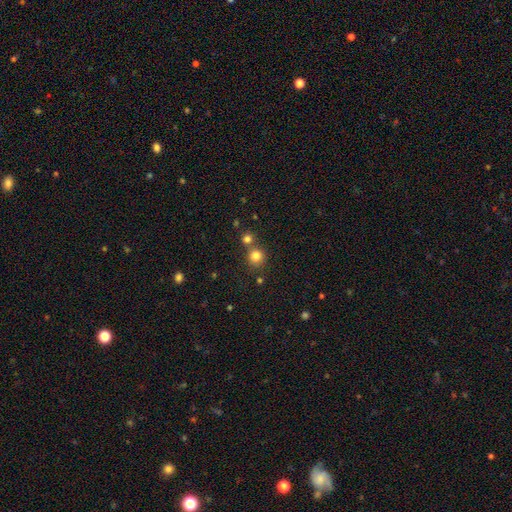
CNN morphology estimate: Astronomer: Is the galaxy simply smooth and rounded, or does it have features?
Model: smooth — 80%.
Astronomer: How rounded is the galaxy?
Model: round — 91%.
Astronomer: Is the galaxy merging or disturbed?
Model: none — 67%.